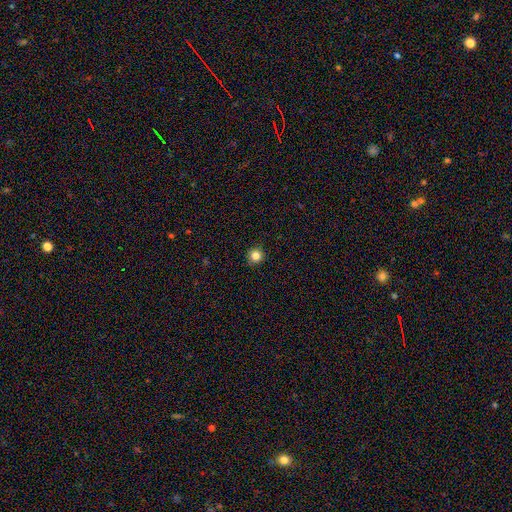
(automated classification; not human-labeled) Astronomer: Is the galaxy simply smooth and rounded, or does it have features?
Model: smooth — 83%.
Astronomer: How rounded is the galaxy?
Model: round — 95%.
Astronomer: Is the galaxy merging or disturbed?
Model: none — 92%.